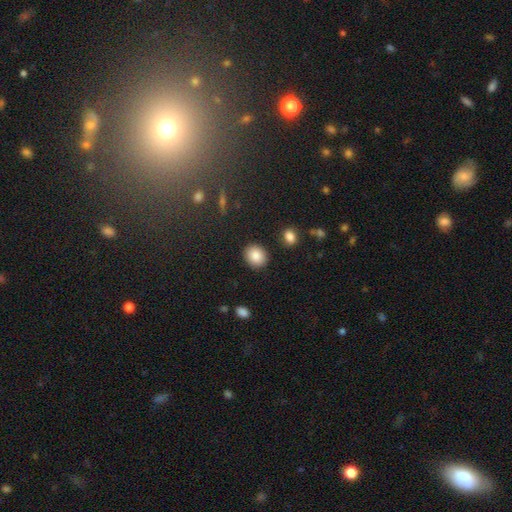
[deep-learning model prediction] This is clearly a smooth galaxy (87%). How rounded: likely round (64%). Merging: clearly none (88%).